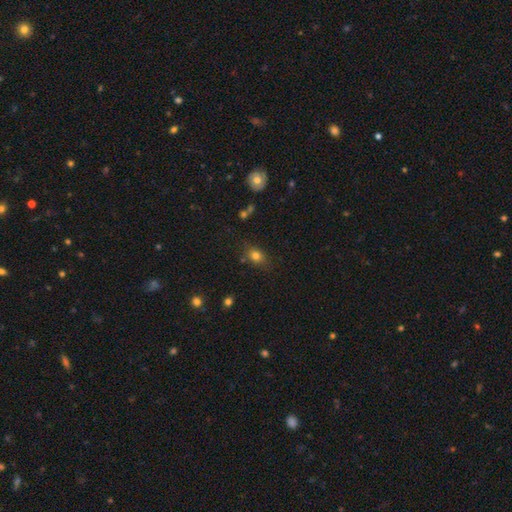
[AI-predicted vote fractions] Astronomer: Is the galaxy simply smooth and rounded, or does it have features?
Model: smooth — 78%.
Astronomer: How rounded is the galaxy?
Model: in between — 59% (runner-up: round, 39%).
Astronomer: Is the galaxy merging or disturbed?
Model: none — 75%.